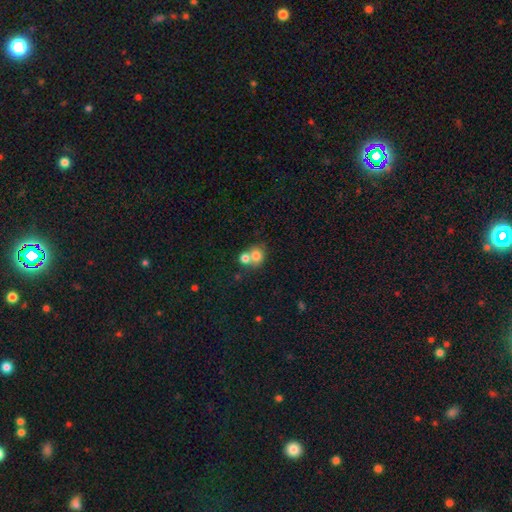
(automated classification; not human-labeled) Q: Smooth or featured?
A: smooth (77%); runner-up: featured or disk (13%)
Q: How rounded?
A: round (75%); runner-up: in between (24%)
Q: Merging?
A: merger (55%); runner-up: none (35%)